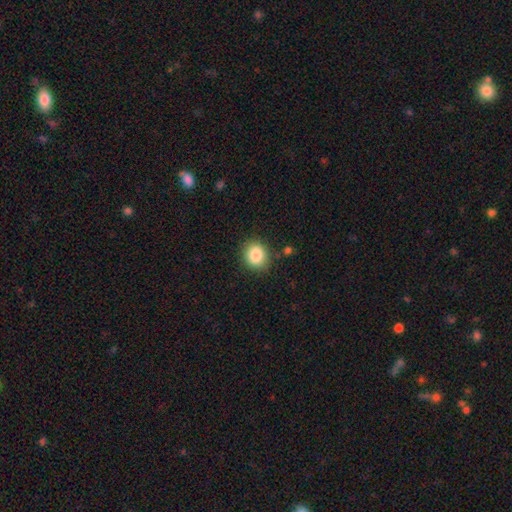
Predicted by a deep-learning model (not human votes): Q: Smooth or featured?
A: smooth (85%); runner-up: star or artifact (10%)
Q: How rounded?
A: round (75%); runner-up: in between (24%)
Q: Merging?
A: none (86%); runner-up: minor disturbance (9%)